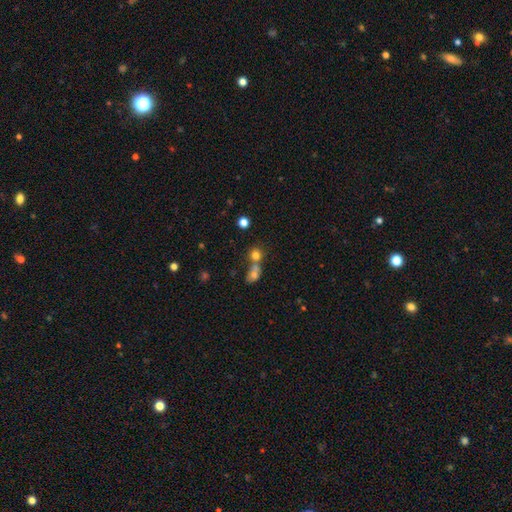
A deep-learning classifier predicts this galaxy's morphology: Q: Smooth or featured?
A: smooth (76%); runner-up: star or artifact (13%)
Q: How rounded?
A: round (78%); runner-up: in between (20%)
Q: Merging?
A: merger (46%); runner-up: none (43%)